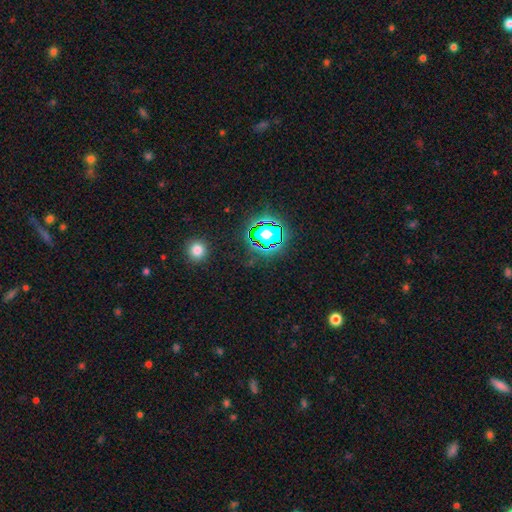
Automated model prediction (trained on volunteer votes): Q: Smooth or featured?
A: star or artifact (77%); runner-up: smooth (16%)